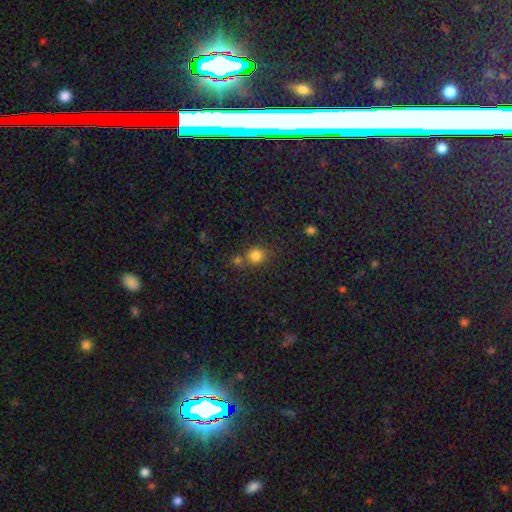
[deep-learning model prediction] This is clearly a smooth galaxy (80%). How rounded: clearly round (82%). Merging: likely none (63%).